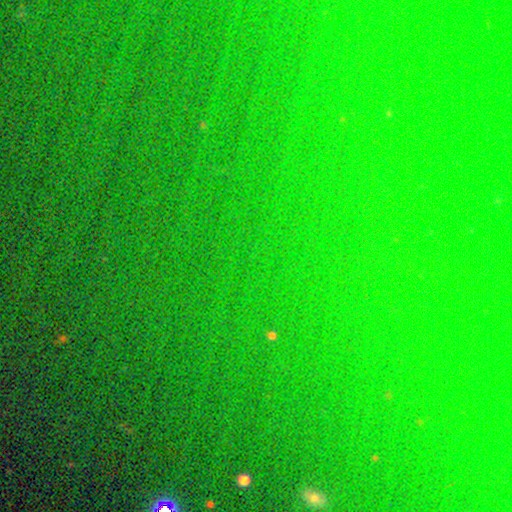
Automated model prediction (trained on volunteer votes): smooth_or_featured: star or artifact (p=0.79) [alt: smooth p=0.13]